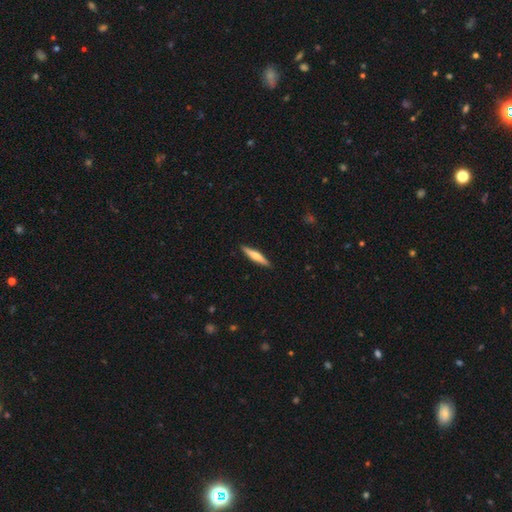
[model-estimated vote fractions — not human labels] Overall: smooth (53%; featured or disk 42%). How rounded: cigar-shaped (89%). Merging: none (90%).